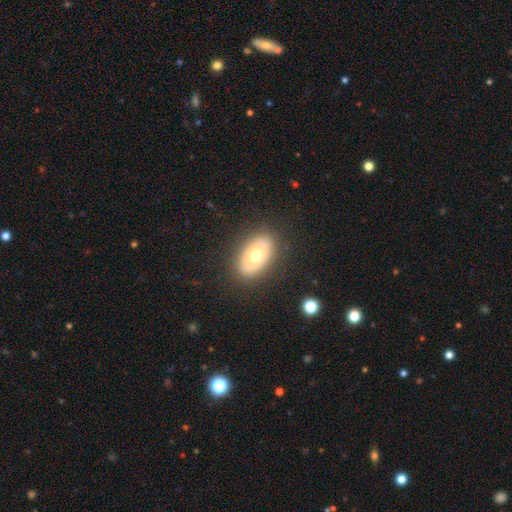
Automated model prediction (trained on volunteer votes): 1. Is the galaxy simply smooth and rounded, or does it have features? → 53% smooth, 40% featured or disk, 7% star or artifact.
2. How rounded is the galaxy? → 89% in between, 9% round, 2% cigar-shaped.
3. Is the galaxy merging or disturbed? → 84% none, 11% minor disturbance, 4% major disturbance, 1% merger.